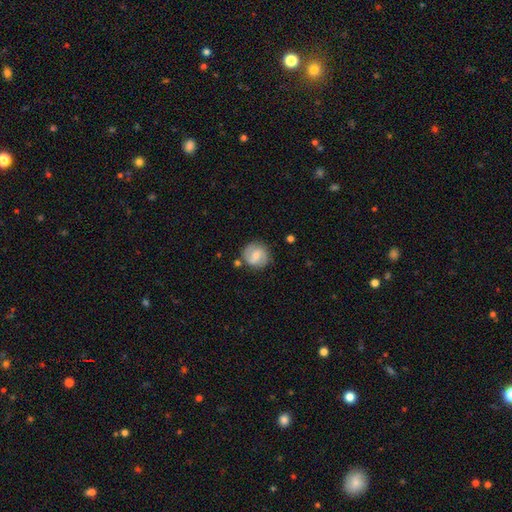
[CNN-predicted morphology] Smooth or featured: featured or disk — 59% (smooth — 34%)
Edge-on disk: no — 98% (yes — 2%)
Bar: weak — 51% (no — 35%)
Spiral arms: yes — 89% (no — 11%)
Spiral winding: medium — 46% (tight — 32%)
Spiral arm count: 2 — 83% (can't tell — 10%)
Bulge size: small — 51% (moderate — 41%)
Merging: none — 76% (minor disturbance — 14%)